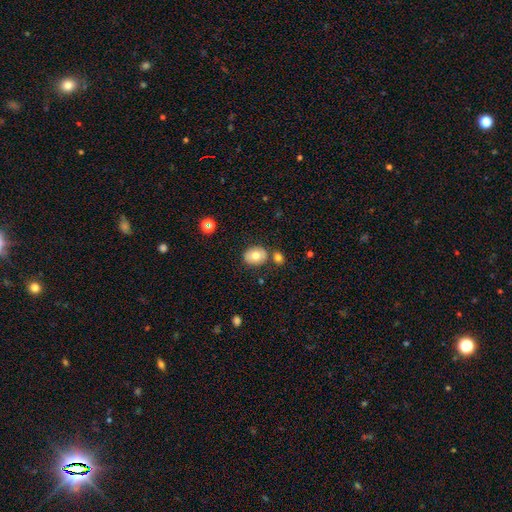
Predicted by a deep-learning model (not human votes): Overall: smooth (71%). How rounded: in between (52%; round 48%). Merging: none (72%).